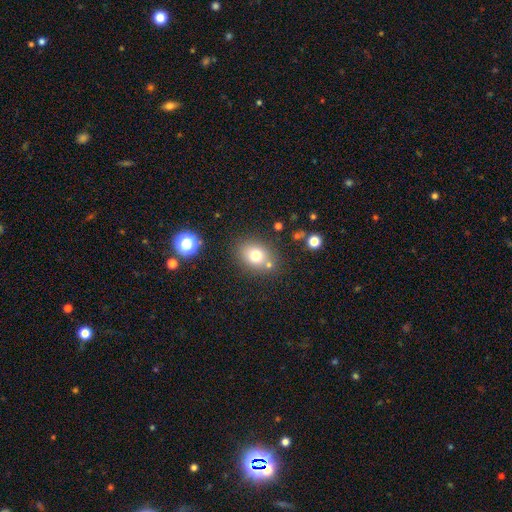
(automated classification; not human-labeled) smooth-or-featured: smooth: 75% | star or artifact: 13% | featured or disk: 12%
  how-rounded: in between: 51% | round: 48% | cigar-shaped: 1%
  merging: none: 74% | minor disturbance: 12% | merger: 10% | major disturbance: 4%